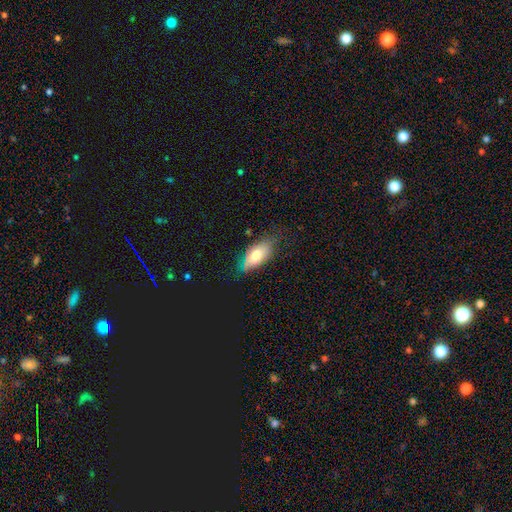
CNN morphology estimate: smooth 72%, featured or disk 21%, star or artifact 8%. Down the decision tree: how rounded — in between (87%); merging — none (66%).